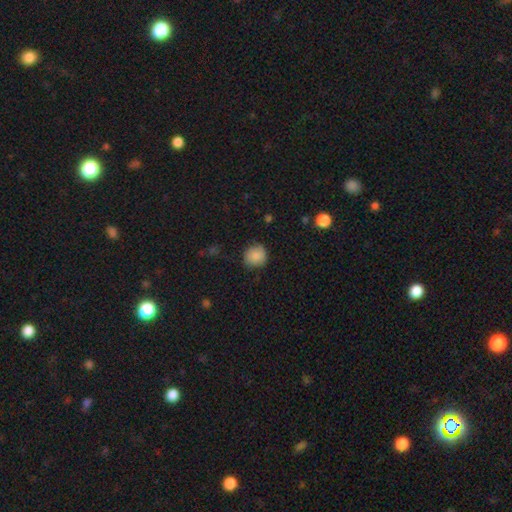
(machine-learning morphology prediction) A smooth galaxy with no disk features (86%) that is round (88%). Merging: none (79%).